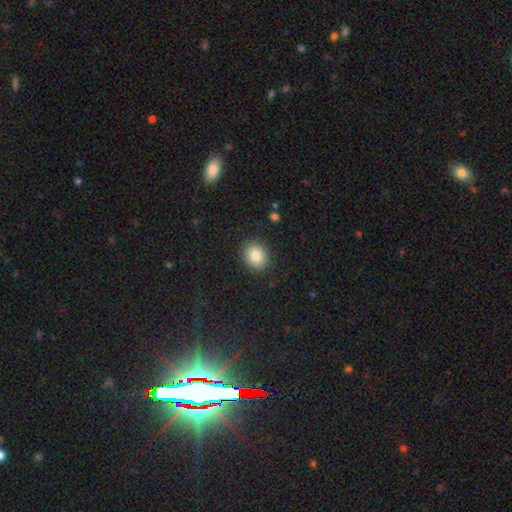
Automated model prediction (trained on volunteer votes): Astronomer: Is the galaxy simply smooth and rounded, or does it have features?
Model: smooth — 84%.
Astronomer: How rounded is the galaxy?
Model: round — 62%.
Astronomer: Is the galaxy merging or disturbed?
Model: none — 89%.